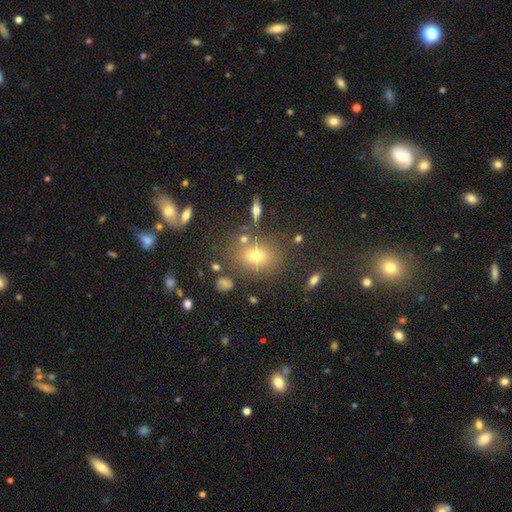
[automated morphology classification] smooth_or_featured: smooth (p=0.67) [alt: star or artifact p=0.18]
how_rounded: in between (p=0.60) [alt: round p=0.38]
merging: none (p=0.75) [alt: minor disturbance p=0.13]